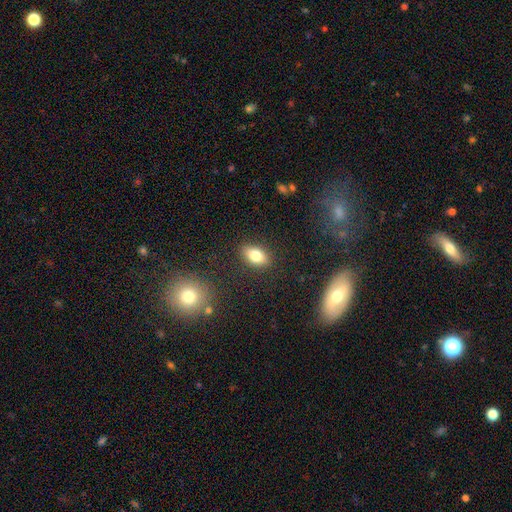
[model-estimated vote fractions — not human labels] smooth 79%, featured or disk 12%, star or artifact 9%. Down the decision tree: how rounded — in between (88%); merging — none (87%).